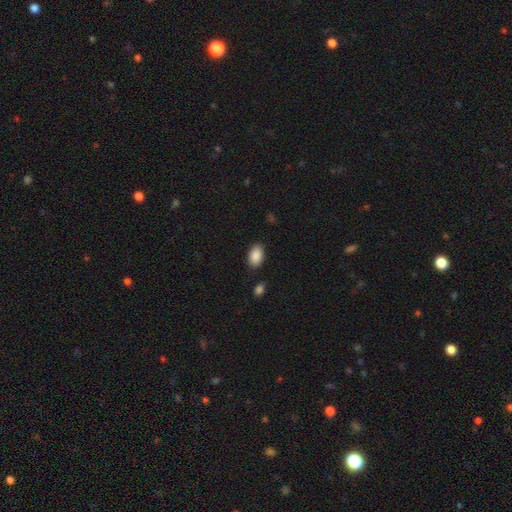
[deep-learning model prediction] smooth 89%, star or artifact 7%, featured or disk 4%. Down the decision tree: how rounded — in between (91%); merging — none (84%).